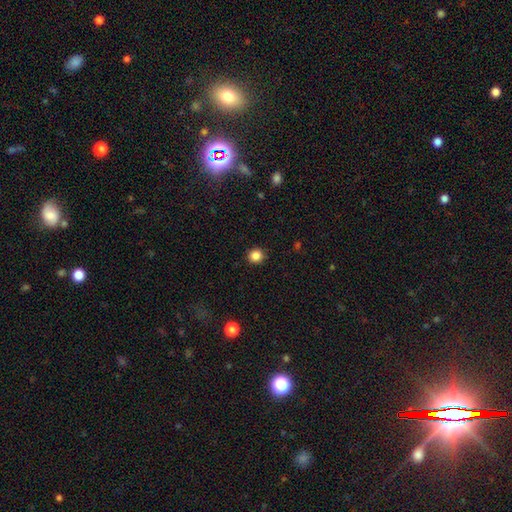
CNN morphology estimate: The model was most divided on "smooth or featured": smooth: 85%, star or artifact: 11%, featured or disk: 4%. More confident: merging — none (92%); how rounded — round (91%).